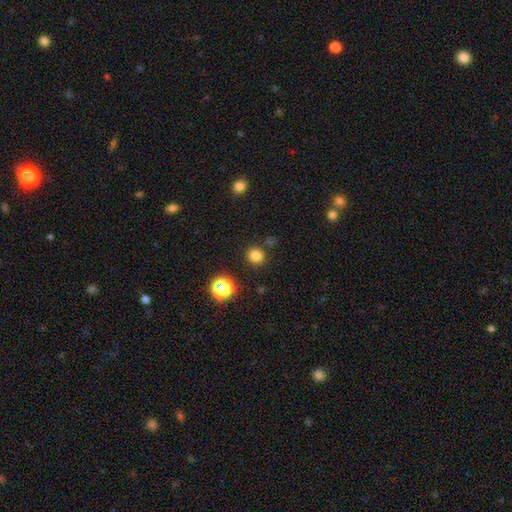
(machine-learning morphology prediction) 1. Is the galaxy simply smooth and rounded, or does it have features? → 80% smooth, 16% star or artifact, 4% featured or disk.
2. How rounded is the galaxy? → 86% round, 13% in between, 1% cigar-shaped.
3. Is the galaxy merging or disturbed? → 86% none, 8% minor disturbance, 4% merger, 3% major disturbance.